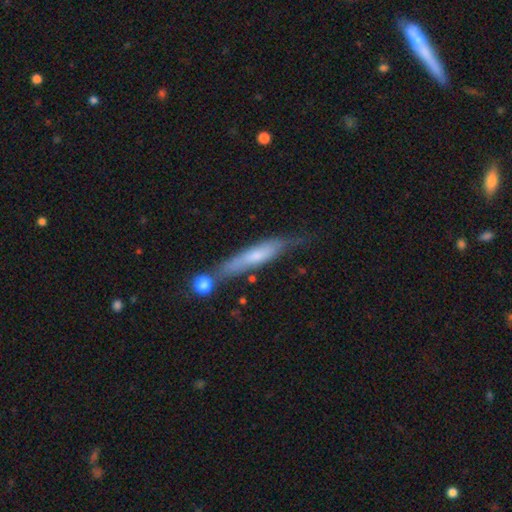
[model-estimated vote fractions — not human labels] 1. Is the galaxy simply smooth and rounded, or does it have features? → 54% smooth, 40% featured or disk, 7% star or artifact.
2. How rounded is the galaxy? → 86% cigar-shaped, 12% in between, 2% round.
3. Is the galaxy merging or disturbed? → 53% none, 23% minor disturbance, 15% merger, 9% major disturbance.